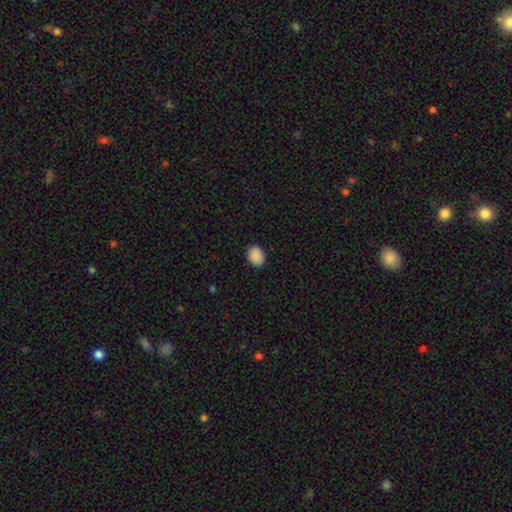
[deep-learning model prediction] Smooth or featured? smooth (90%)
How rounded? in between (67%)
Merging? none (87%)